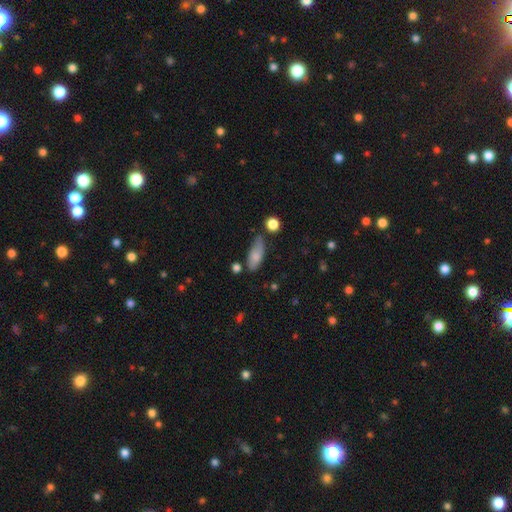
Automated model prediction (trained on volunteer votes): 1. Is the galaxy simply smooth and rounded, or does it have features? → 76% smooth, 16% featured or disk, 7% star or artifact.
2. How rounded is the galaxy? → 74% in between, 22% cigar-shaped, 3% round.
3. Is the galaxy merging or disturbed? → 50% none, 33% minor disturbance, 10% major disturbance, 7% merger.